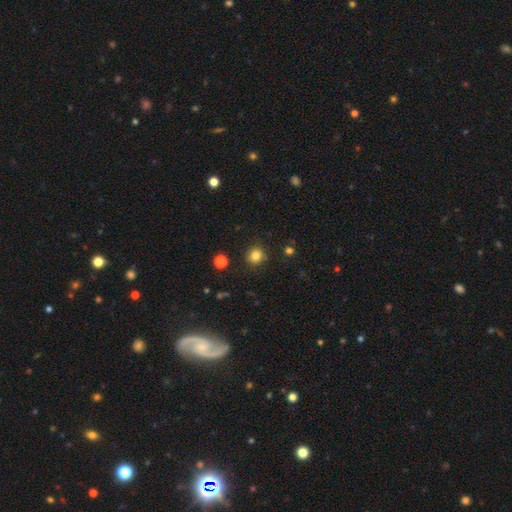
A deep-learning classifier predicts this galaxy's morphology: This is clearly a smooth galaxy (83%). How rounded: clearly round (88%). Merging: clearly none (90%).